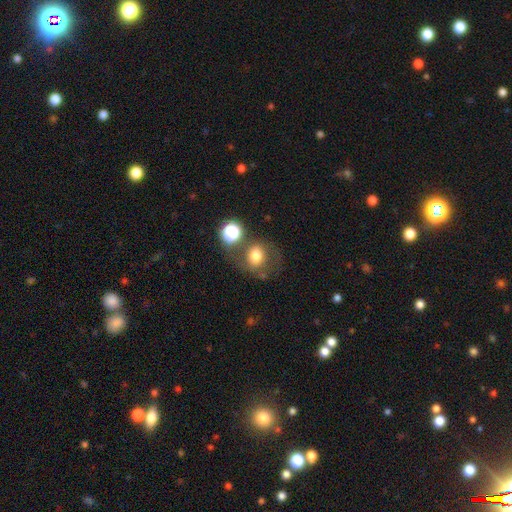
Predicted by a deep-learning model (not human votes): The model was most divided on "how rounded": round: 62%, in between: 37%, cigar-shaped: 1%. More confident: smooth or featured — smooth (69%); merging — none (53%).